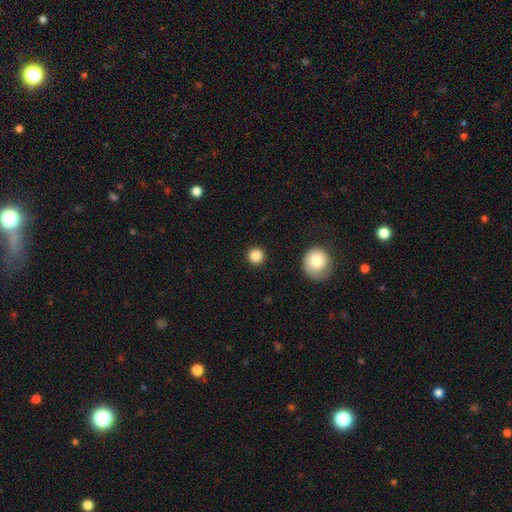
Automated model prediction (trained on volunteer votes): Morphology: type=smooth (86%); roundness=round (95%); merging=none (92%).